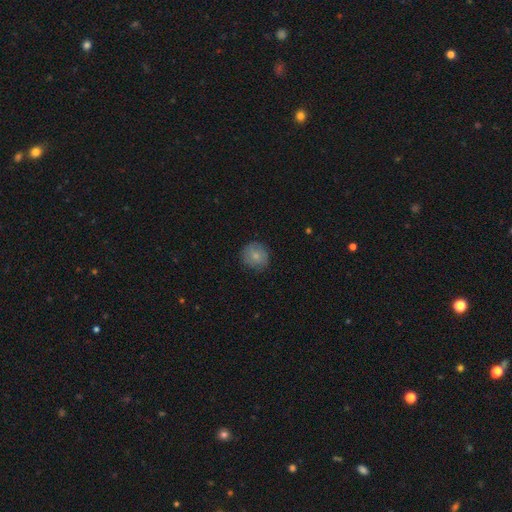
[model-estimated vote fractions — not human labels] smooth_or_featured: smooth (p=0.76) [alt: featured or disk p=0.17]
how_rounded: round (p=0.86) [alt: in between p=0.13]
merging: none (p=0.80) [alt: minor disturbance p=0.16]